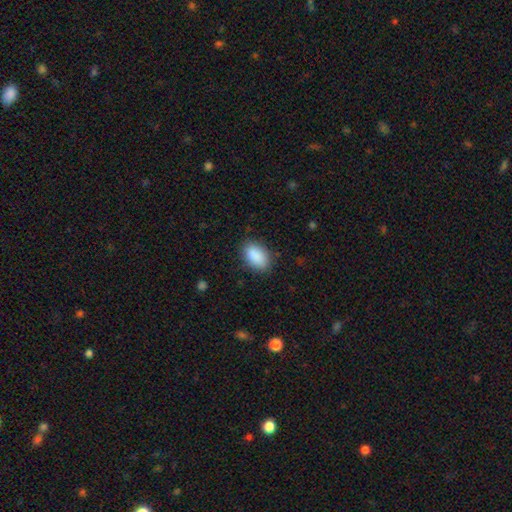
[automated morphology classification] smooth-or-featured: smooth: 90% | star or artifact: 7% | featured or disk: 4%
  how-rounded: in between: 92% | round: 6% | cigar-shaped: 2%
  merging: none: 84% | minor disturbance: 12% | major disturbance: 3% | merger: 1%